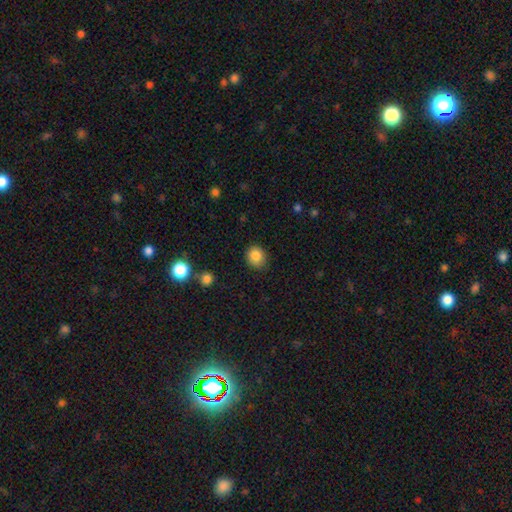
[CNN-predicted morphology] Smooth or featured: smooth — 85% (star or artifact — 10%)
How rounded: round — 79% (in between — 20%)
Merging: none — 86% (minor disturbance — 10%)